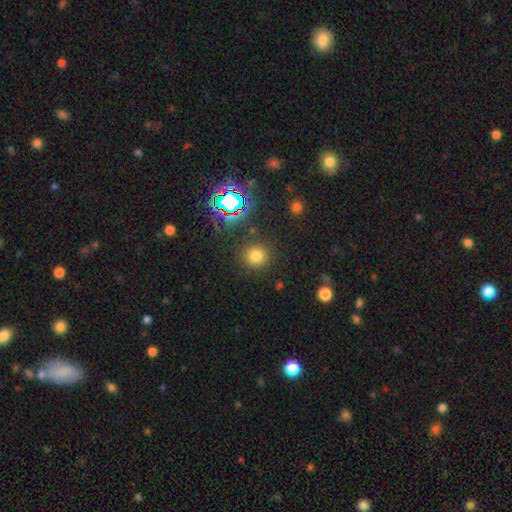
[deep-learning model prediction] A smooth galaxy with no disk features (72%) that is round (91%).

Vote fractions:
- Smooth or featured? smooth: 72% / star or artifact: 22% / featured or disk: 7%
- How rounded? round: 91% / in between: 8% / cigar-shaped: 1%
- Merging? none: 87% / minor disturbance: 7% / major disturbance: 3% / merger: 3%